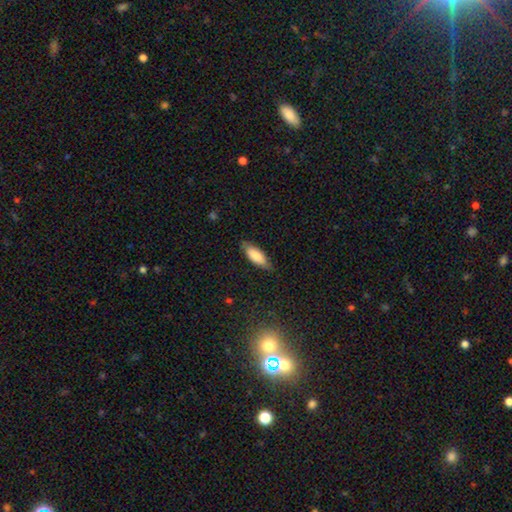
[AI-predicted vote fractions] The model was most divided on "how rounded": in between: 67%, cigar-shaped: 31%, round: 2%. More confident: merging — none (81%); smooth or featured — smooth (79%).